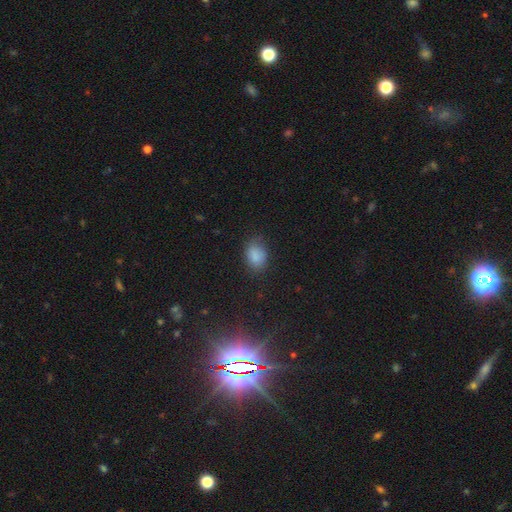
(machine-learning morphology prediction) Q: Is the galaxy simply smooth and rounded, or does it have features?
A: smooth — 85%.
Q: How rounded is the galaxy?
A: in between — 76%.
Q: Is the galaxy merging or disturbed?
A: none — 73%.